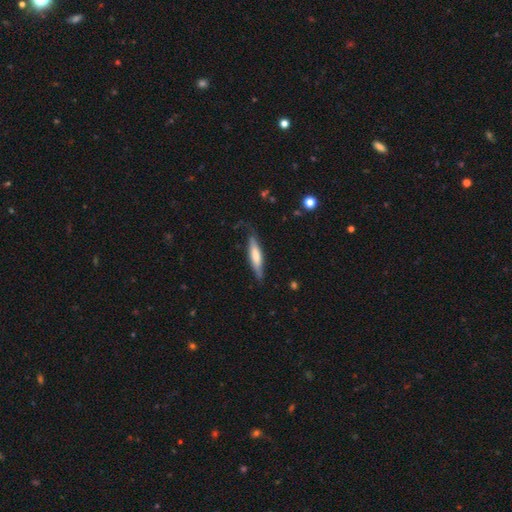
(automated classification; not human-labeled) Morphology: type=smooth (59%); roundness=cigar-shaped (80%); merging=none (75%).